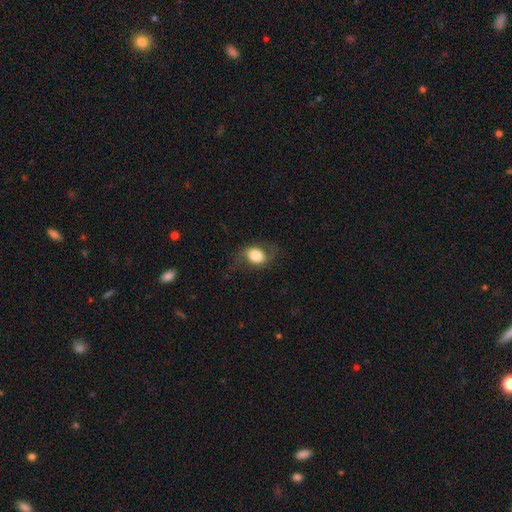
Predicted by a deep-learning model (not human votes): Morphology: type=smooth (58%); roundness=in between (55%); merging=none (65%).